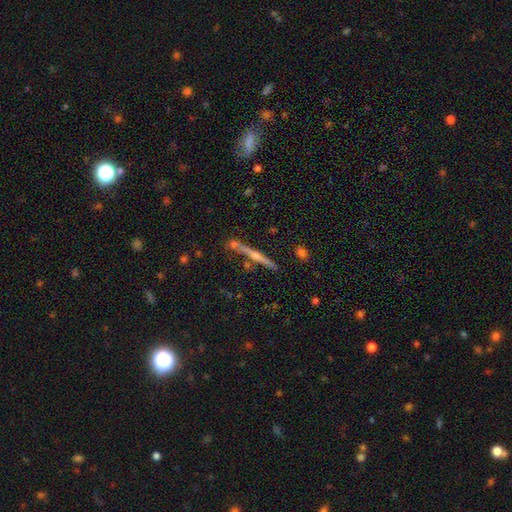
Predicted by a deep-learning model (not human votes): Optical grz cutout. It shows a featured or disk galaxy (75%) viewed edge-on (98%) with a rounded central bulge (81%). Merging: none (83%).